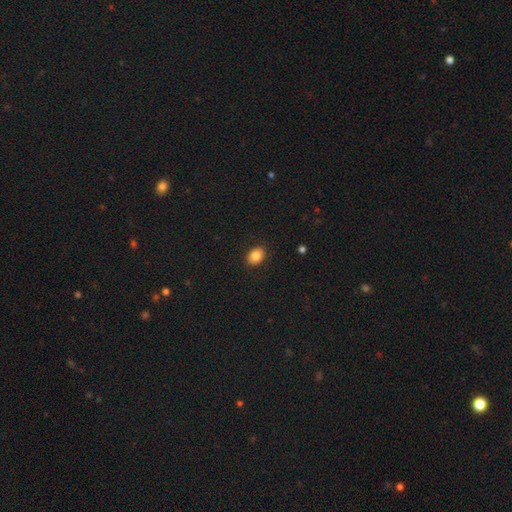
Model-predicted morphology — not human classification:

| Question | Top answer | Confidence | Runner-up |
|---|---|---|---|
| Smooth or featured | smooth | 84% | star or artifact (9%) |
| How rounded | in between | 70% | round (29%) |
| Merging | none | 89% | minor disturbance (8%) |